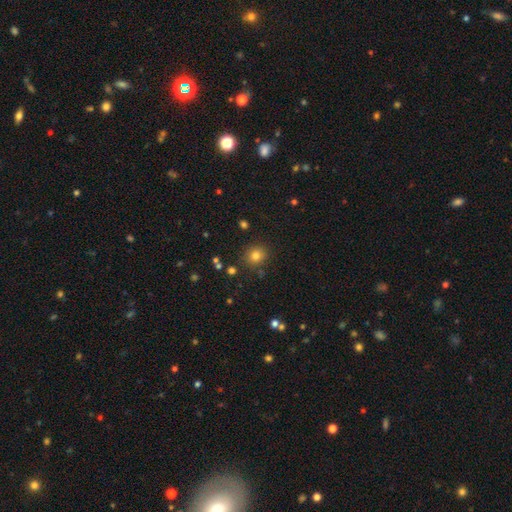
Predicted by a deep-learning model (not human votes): A smooth galaxy with no disk features (79%) that is round (82%).

Vote fractions:
- Smooth or featured? smooth: 79% / star or artifact: 14% / featured or disk: 7%
- How rounded? round: 82% / in between: 17% / cigar-shaped: 1%
- Merging? none: 86% / minor disturbance: 8% / merger: 3% / major disturbance: 3%